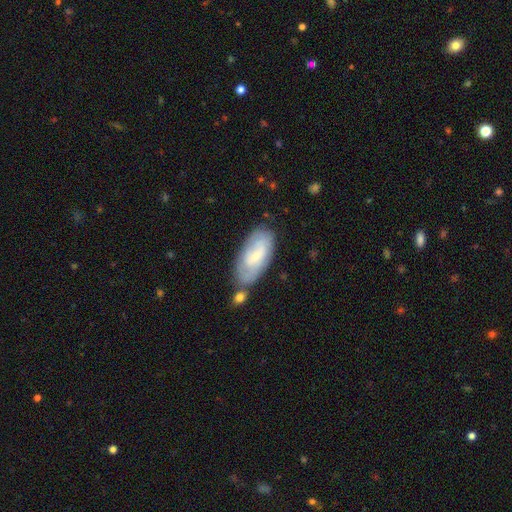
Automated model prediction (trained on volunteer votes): smooth-or-featured: featured or disk: 51% | smooth: 42% | star or artifact: 6%
  disk-edge-on: no: 90% | yes: 10%
  merging: none: 62% | minor disturbance: 22% | merger: 10% | major disturbance: 6%